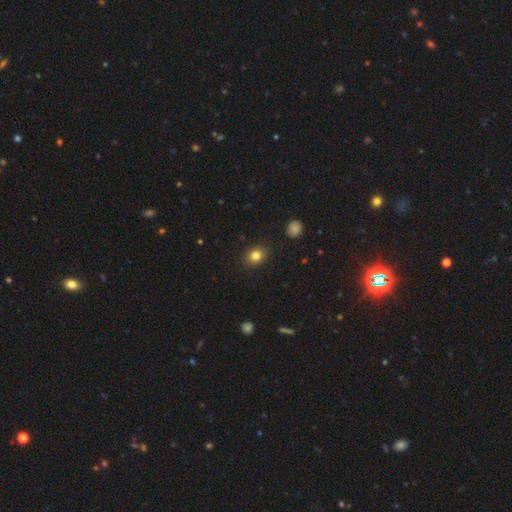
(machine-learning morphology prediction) Smooth or featured? Predicted: smooth (p=0.82). How rounded? Predicted: round (p=0.60). Merging? Predicted: none (p=0.89).